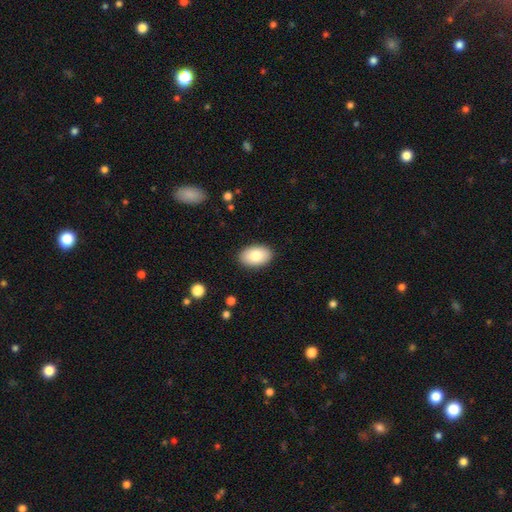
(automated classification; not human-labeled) smooth-or-featured: smooth: 81% | featured or disk: 13% | star or artifact: 6%
  how-rounded: in between: 92% | round: 7% | cigar-shaped: 1%
  merging: none: 89% | minor disturbance: 8% | major disturbance: 2% | merger: 1%